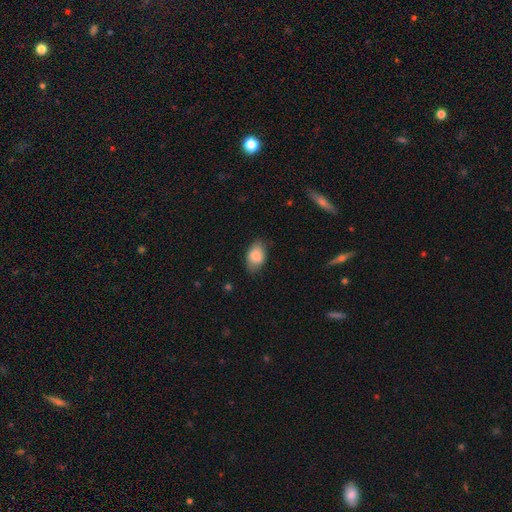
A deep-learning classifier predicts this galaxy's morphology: smooth-or-featured: smooth: 86% | featured or disk: 8% | star or artifact: 7%
  how-rounded: in between: 87% | round: 12% | cigar-shaped: 1%
  merging: none: 75% | minor disturbance: 20% | major disturbance: 4% | merger: 1%